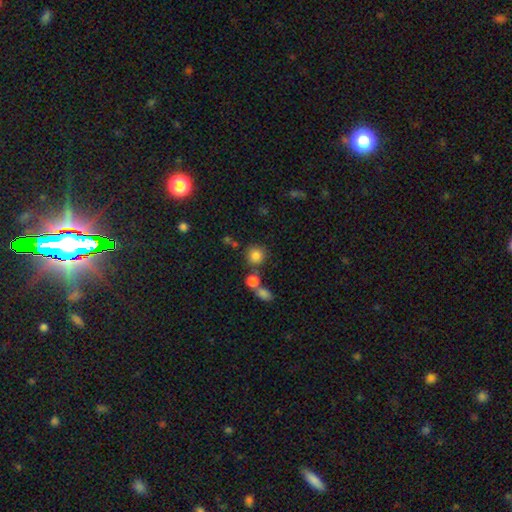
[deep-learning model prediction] smooth-or-featured: smooth: 82% | star or artifact: 11% | featured or disk: 7%
  how-rounded: round: 88% | in between: 11% | cigar-shaped: 1%
  merging: none: 66% | merger: 20% | minor disturbance: 10% | major disturbance: 5%